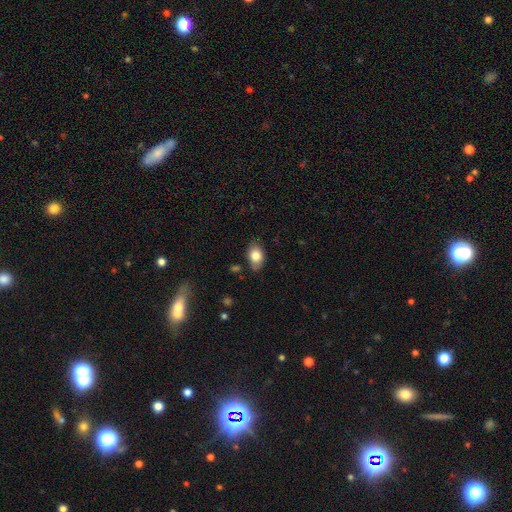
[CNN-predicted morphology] The model was most divided on "merging": none: 79%, minor disturbance: 16%, major disturbance: 3%, merger: 2%. More confident: how rounded — in between (83%); smooth or featured — smooth (81%).